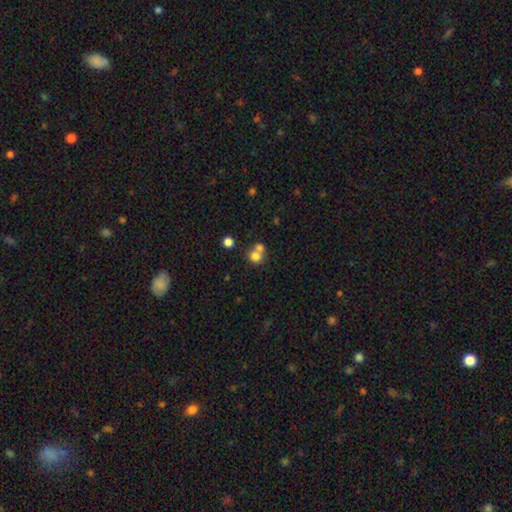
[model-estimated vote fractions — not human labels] Smooth or featured? Predicted: smooth (p=0.76). How rounded? Predicted: round (p=0.78). Merging? Predicted: merger (p=0.51).